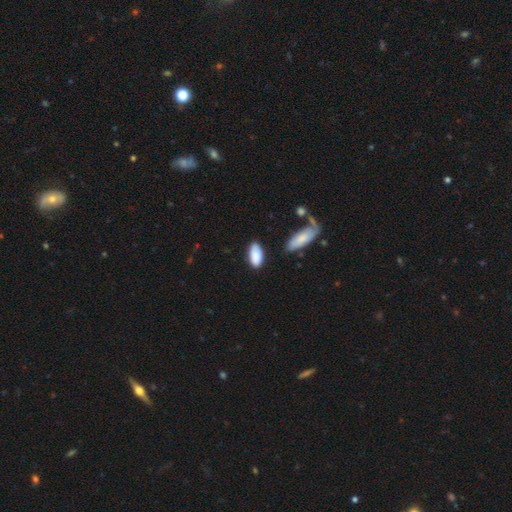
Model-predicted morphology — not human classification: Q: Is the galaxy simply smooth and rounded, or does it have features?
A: smooth — 88%.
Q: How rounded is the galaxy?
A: in between — 92%.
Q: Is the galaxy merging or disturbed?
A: none — 73%.